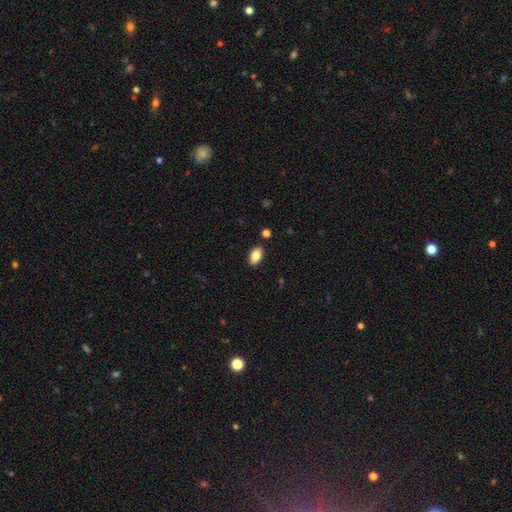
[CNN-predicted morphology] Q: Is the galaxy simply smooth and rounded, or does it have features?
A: smooth — 84%.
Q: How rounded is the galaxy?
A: in between — 92%.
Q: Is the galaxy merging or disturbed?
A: none — 88%.